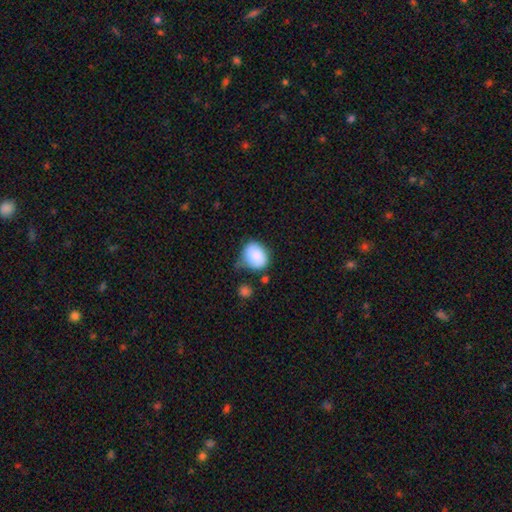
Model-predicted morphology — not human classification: type=smooth (86%); roundness=in between (52%); merging=none (51%).